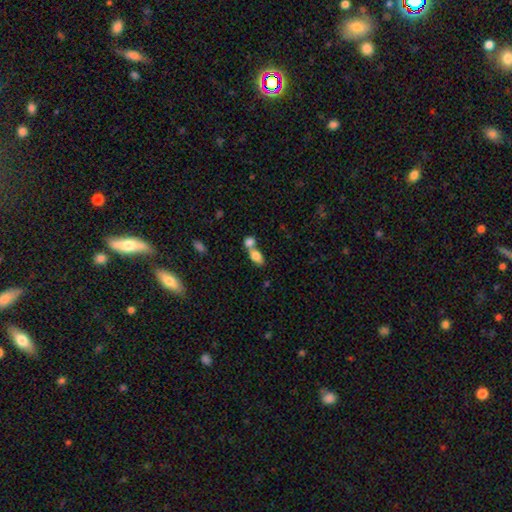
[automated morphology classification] type=smooth (80%); roundness=in between (86%); merging=merger (64%).